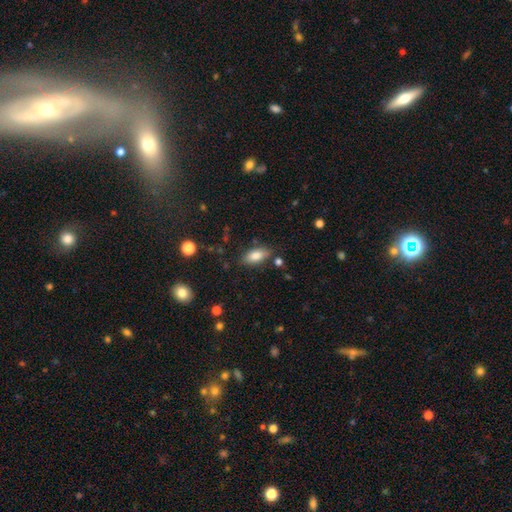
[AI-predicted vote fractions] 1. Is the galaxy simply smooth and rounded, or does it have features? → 83% smooth, 10% featured or disk, 8% star or artifact.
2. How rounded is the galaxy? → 89% in between, 8% cigar-shaped, 3% round.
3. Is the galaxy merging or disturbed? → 78% none, 14% minor disturbance, 4% merger, 4% major disturbance.